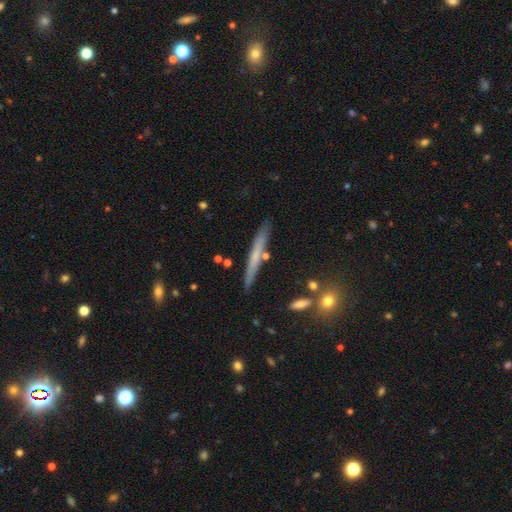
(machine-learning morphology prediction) Smooth or featured?
  - smooth: 51% *
  - featured or disk: 42%
  - star or artifact: 7%
How rounded?
  - cigar-shaped: 96% *
  - in between: 3%
  - round: 2%
Merging?
  - none: 85% *
  - minor disturbance: 10%
  - merger: 3%
  - major disturbance: 2%